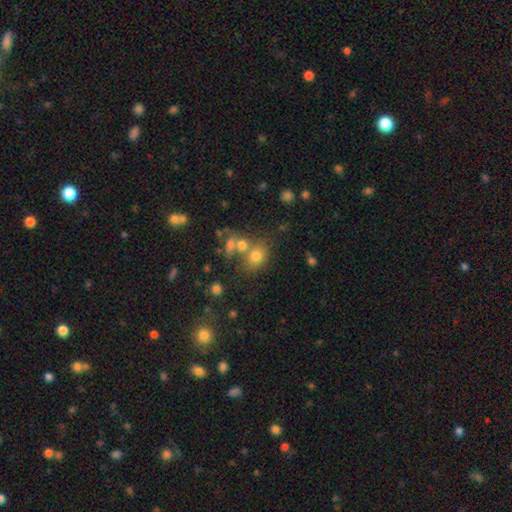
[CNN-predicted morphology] smooth_or_featured: smooth (p=0.72) [alt: star or artifact p=0.16]
how_rounded: round (p=0.51) [alt: in between p=0.48]
merging: none (p=0.50) [alt: merger p=0.32]